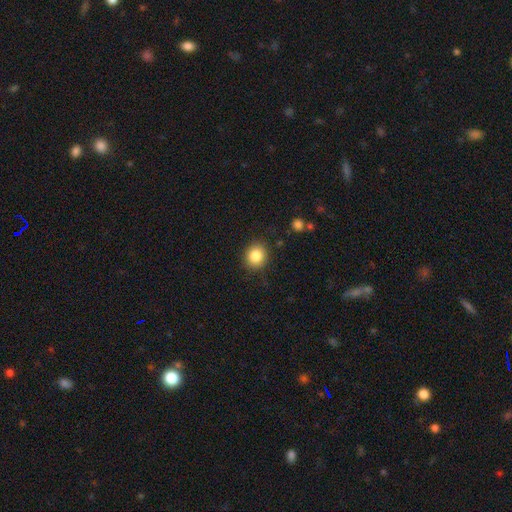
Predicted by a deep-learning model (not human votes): Smooth or featured: smooth — 84% (star or artifact — 10%)
How rounded: round — 81% (in between — 18%)
Merging: none — 88% (minor disturbance — 8%)